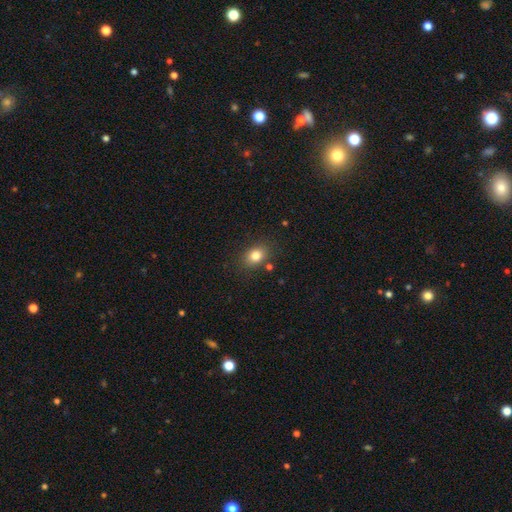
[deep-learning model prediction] This appears to be a smooth galaxy with no disk features (81%) that is in between round and cigar-shaped (59%). Merging: none (81%).